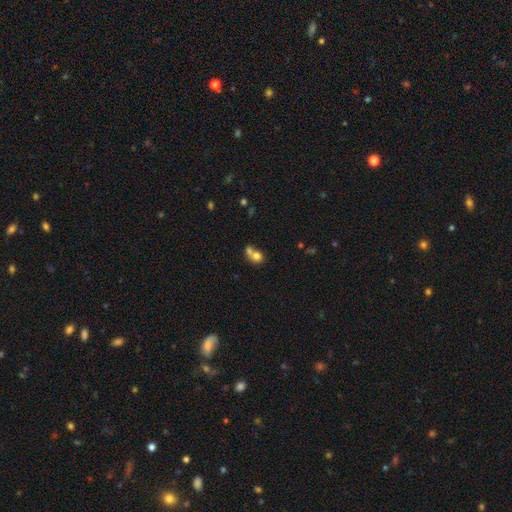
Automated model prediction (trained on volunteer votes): Smooth or featured?
  - smooth: 73% *
  - featured or disk: 15%
  - star or artifact: 11%
How rounded?
  - round: 59% *
  - in between: 40%
  - cigar-shaped: 1%
Merging?
  - merger: 60% *
  - none: 26%
  - minor disturbance: 8%
  - major disturbance: 5%